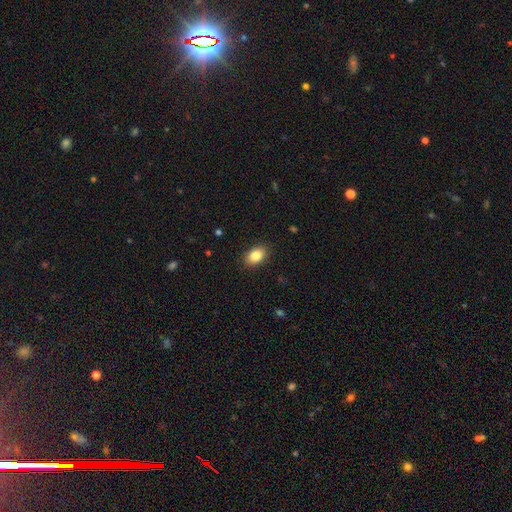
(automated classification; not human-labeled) The model was most divided on "how rounded": in between: 87%, round: 12%, cigar-shaped: 1%. More confident: merging — none (88%); smooth or featured — smooth (85%).